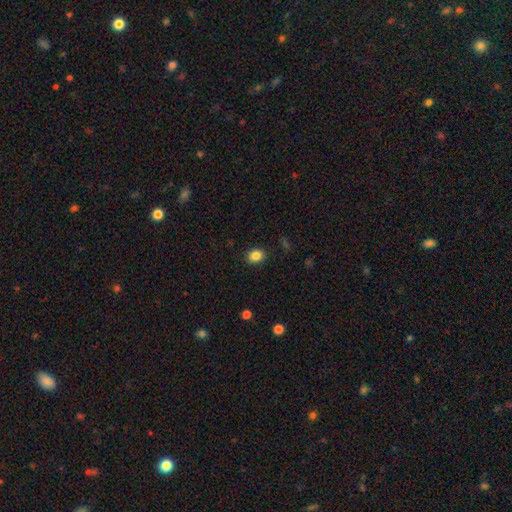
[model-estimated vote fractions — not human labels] Smooth or featured: smooth — 85% (star or artifact — 10%)
How rounded: in between — 51% (round — 48%)
Merging: none — 89% (minor disturbance — 8%)